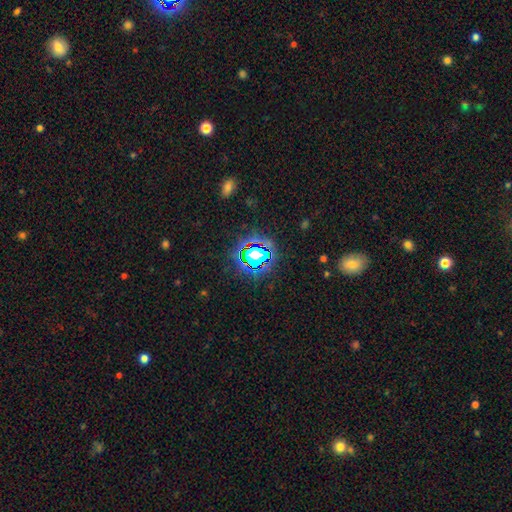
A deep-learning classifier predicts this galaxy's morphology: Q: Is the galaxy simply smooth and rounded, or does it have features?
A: star or artifact — 63%.